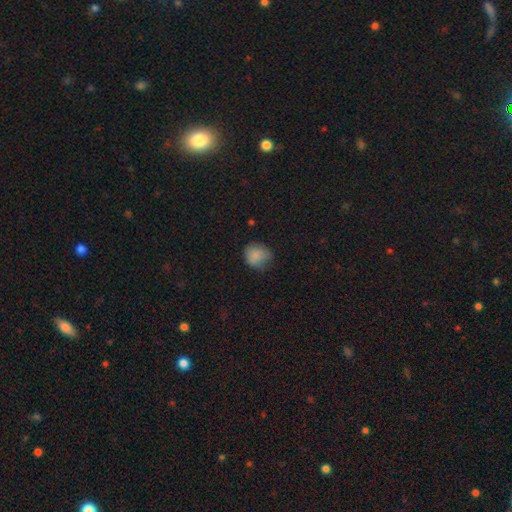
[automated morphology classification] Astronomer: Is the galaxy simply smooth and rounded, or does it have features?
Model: smooth — 82%.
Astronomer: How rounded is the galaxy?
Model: round — 72%.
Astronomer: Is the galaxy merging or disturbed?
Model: none — 55% (runner-up: minor disturbance, 33%).